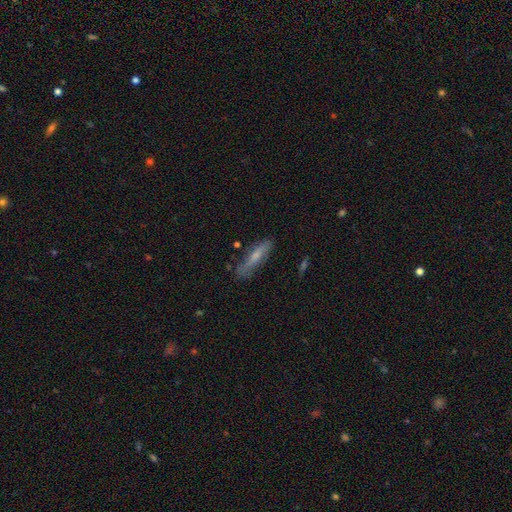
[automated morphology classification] smooth 55%, featured or disk 38%, star or artifact 7%. Down the decision tree: how rounded — cigar-shaped (81%); merging — none (75%).